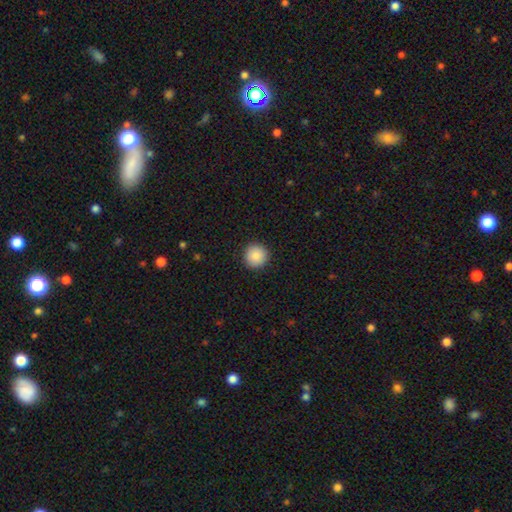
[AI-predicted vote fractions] Q: Smooth or featured?
A: smooth (87%); runner-up: star or artifact (8%)
Q: How rounded?
A: round (96%); runner-up: in between (3%)
Q: Merging?
A: none (93%); runner-up: minor disturbance (5%)